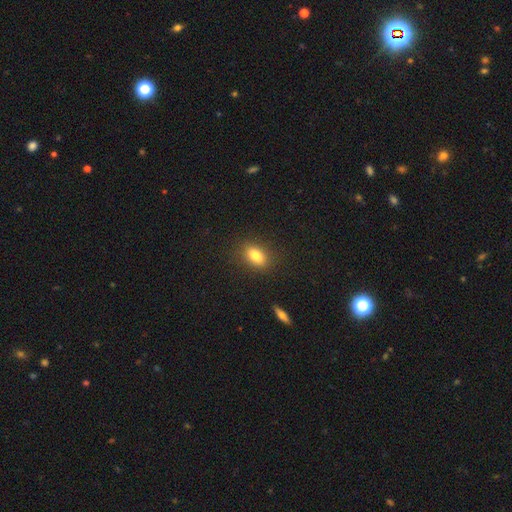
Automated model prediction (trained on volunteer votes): This is clearly a smooth galaxy (81%). How rounded: clearly in between (80%). Merging: clearly none (86%).